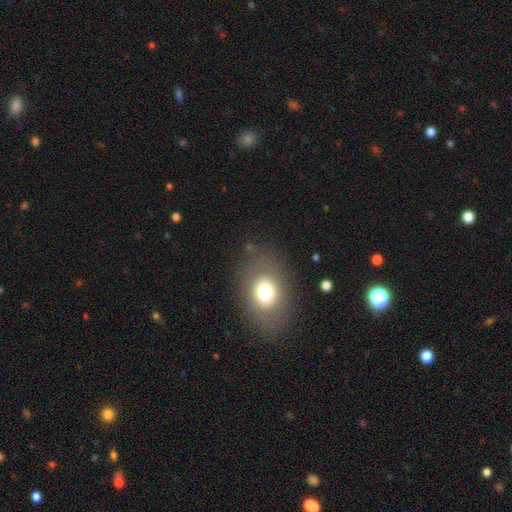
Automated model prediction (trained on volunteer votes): This appears to be a smooth galaxy with no disk features (69%) that is in between round and cigar-shaped (71%). Merging: none (83%).